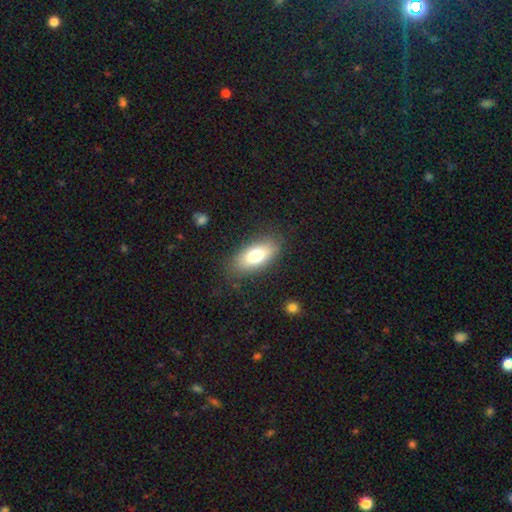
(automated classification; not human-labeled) A smooth galaxy with no disk features (73%) that is in between round and cigar-shaped (85%). Merging: none (83%).